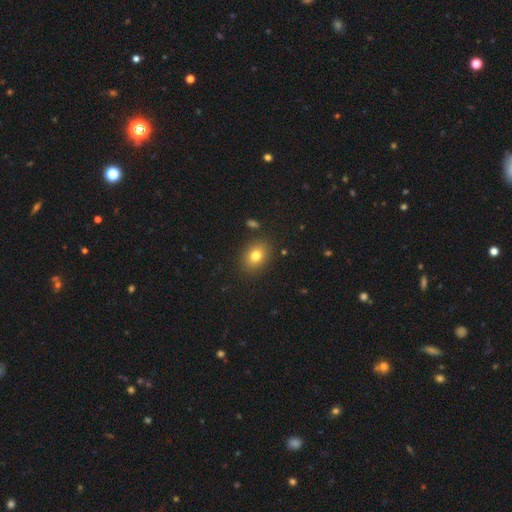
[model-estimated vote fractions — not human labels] This appears to be a smooth galaxy with no disk features (78%) that is in between round and cigar-shaped (63%). Merging: none (87%).